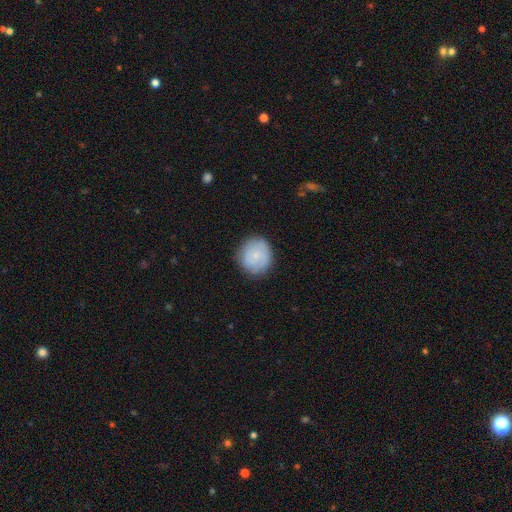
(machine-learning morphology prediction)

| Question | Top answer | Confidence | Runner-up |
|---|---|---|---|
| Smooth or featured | smooth | 70% | featured or disk (24%) |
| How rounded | round | 86% | in between (13%) |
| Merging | none | 82% | minor disturbance (14%) |